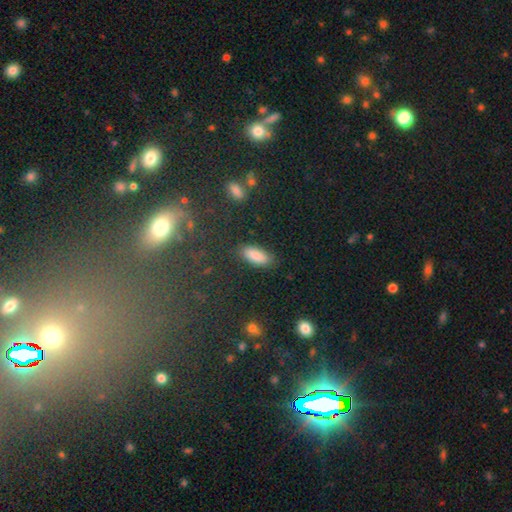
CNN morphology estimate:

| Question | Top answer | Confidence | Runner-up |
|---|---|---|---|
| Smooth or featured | smooth | 86% | star or artifact (8%) |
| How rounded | in between | 82% | cigar-shaped (16%) |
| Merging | none | 84% | minor disturbance (11%) |